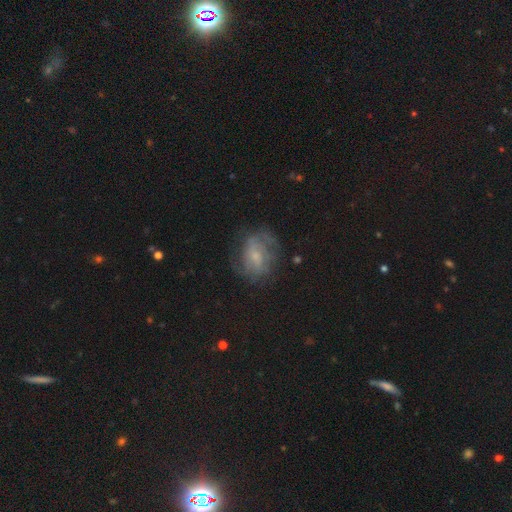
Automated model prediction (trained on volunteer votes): This appears to be a featured or disk galaxy (61%) with no bar (54%), spiral arms (76%) and a small central bulge (60%). Merging: none (60%).